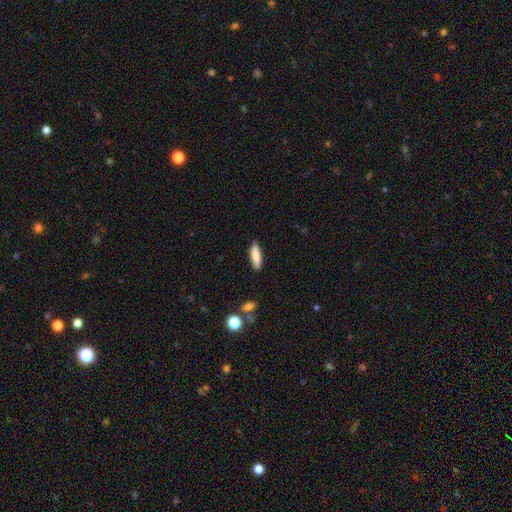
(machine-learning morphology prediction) smooth 84%, featured or disk 10%, star or artifact 6%. Down the decision tree: how rounded — cigar-shaped (62%); merging — none (88%).